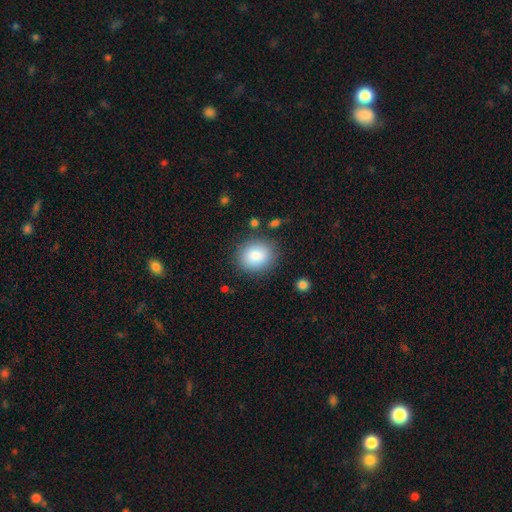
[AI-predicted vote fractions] This appears to be a smooth galaxy with no disk features (86%) that is round (69%). Merging: none (84%).